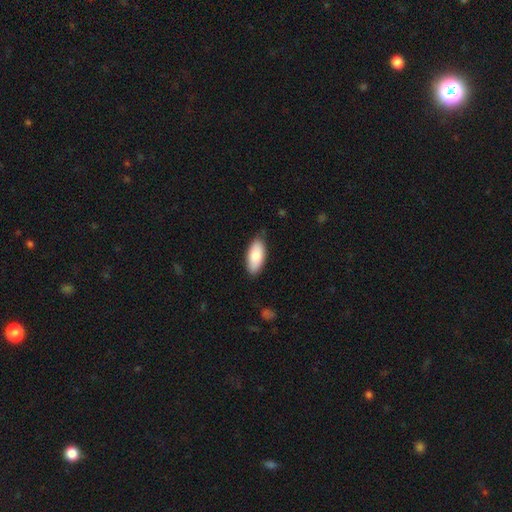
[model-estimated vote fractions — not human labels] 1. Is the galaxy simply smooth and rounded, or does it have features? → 85% smooth, 9% featured or disk, 6% star or artifact.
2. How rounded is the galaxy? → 90% in between, 8% cigar-shaped, 2% round.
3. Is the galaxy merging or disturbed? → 79% none, 17% minor disturbance, 3% major disturbance, 1% merger.